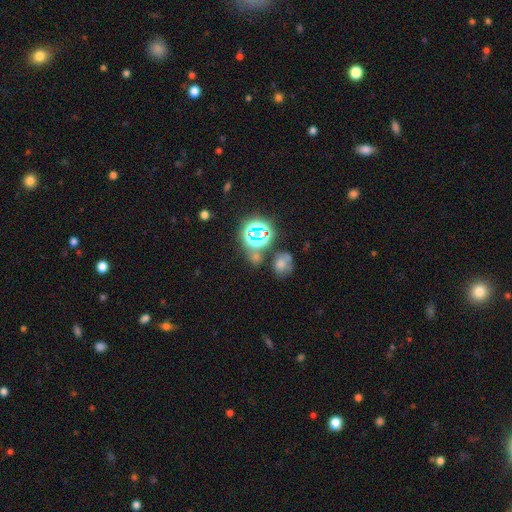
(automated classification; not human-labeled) Overall: star or artifact (64%; smooth 25%).